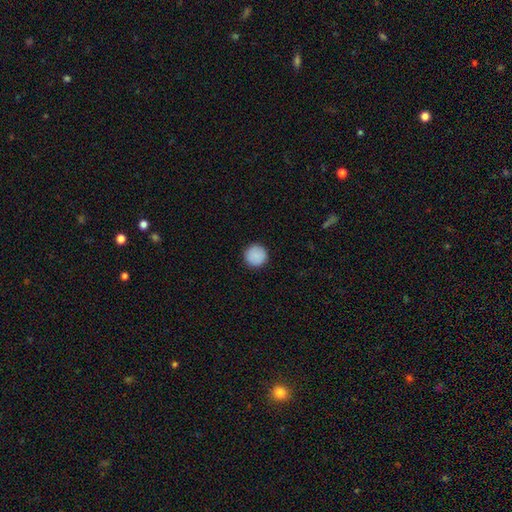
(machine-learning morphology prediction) Overall: smooth (90%). How rounded: round (96%). Merging: none (93%).